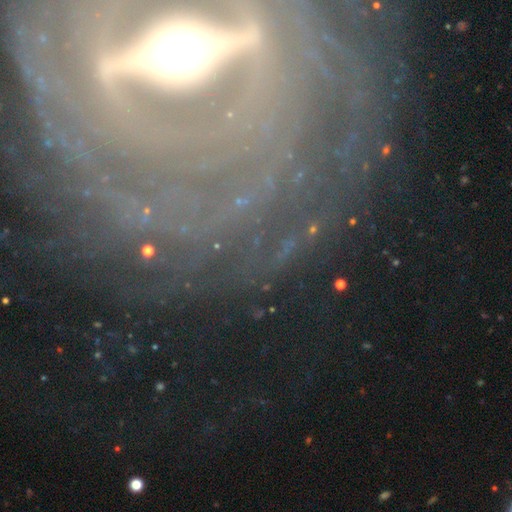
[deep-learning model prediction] Overall: featured or disk (82%). Edge-on disk: no (70%). Bar: strong (67%). Spiral arms: yes (67%; no 33%). Bulge size: moderate (57%; large 20%). Merging: none (79%).